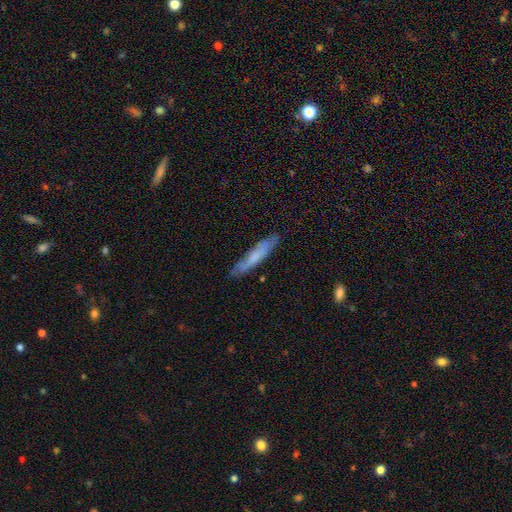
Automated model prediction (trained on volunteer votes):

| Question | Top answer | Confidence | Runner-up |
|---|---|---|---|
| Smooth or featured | smooth | 57% | featured or disk (37%) |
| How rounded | cigar-shaped | 89% | in between (9%) |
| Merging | none | 81% | minor disturbance (15%) |